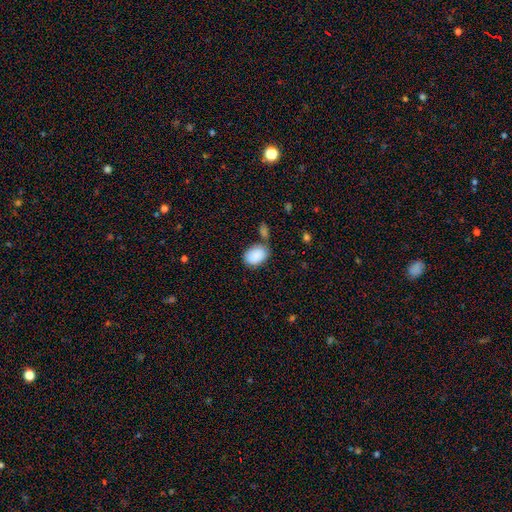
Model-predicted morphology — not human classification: A smooth galaxy with no disk features (89%) that is in between round and cigar-shaped (85%). Merging: none (58%).